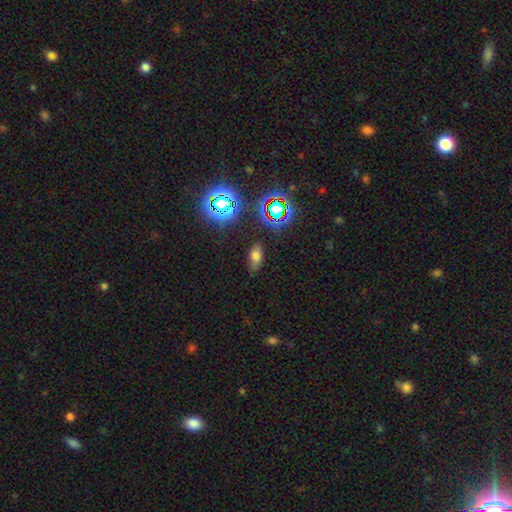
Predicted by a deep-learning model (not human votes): The model was most divided on "smooth or featured": smooth: 65%, star or artifact: 24%, featured or disk: 11%. More confident: how rounded — in between (84%); merging — none (78%).